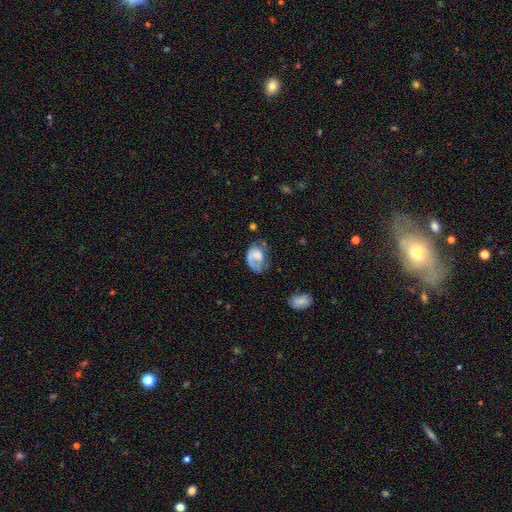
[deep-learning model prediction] Q: Smooth or featured?
A: featured or disk (46%); tied with: smooth (46%)
Q: Merging?
A: none (36%); runner-up: major disturbance (34%)